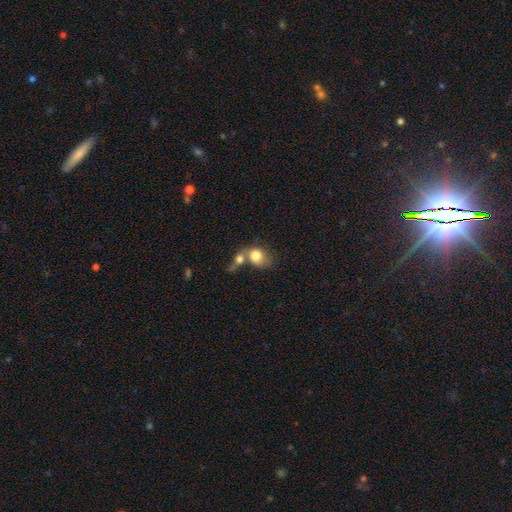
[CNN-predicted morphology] smooth 79%, featured or disk 14%, star or artifact 8%. Down the decision tree: how rounded — in between (51%); merging — merger (63%).